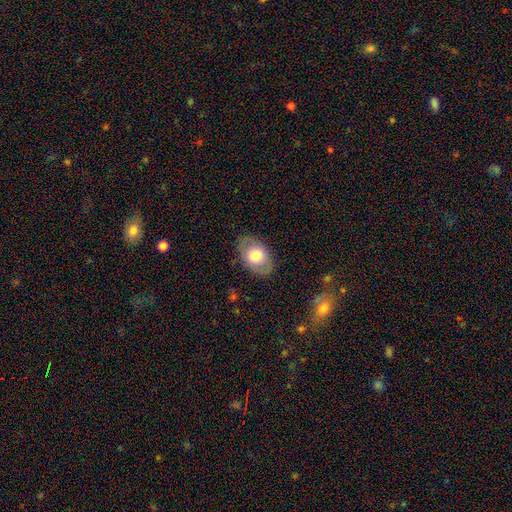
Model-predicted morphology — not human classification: smooth 69%, featured or disk 24%, star or artifact 7%. Down the decision tree: how rounded — in between (80%); merging — none (80%).